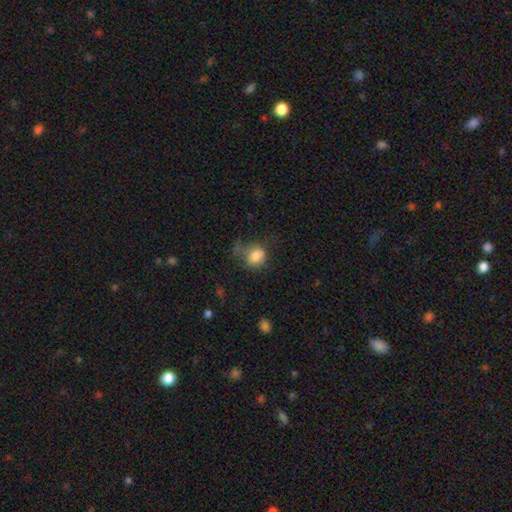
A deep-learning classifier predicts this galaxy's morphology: type=smooth (80%); roundness=round (55%); merging=none (44%).